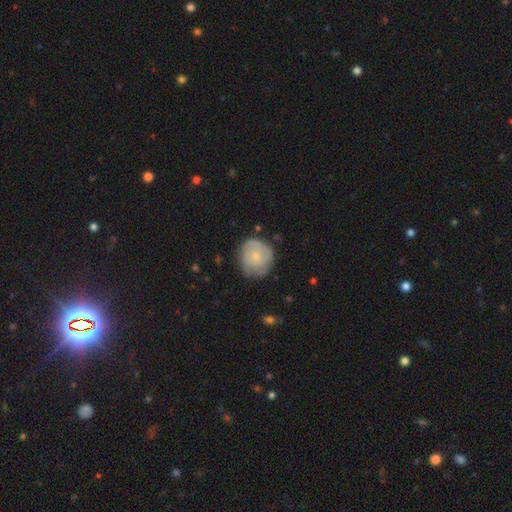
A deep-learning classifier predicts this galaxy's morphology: type=smooth (55%); roundness=round (85%); merging=none (69%).